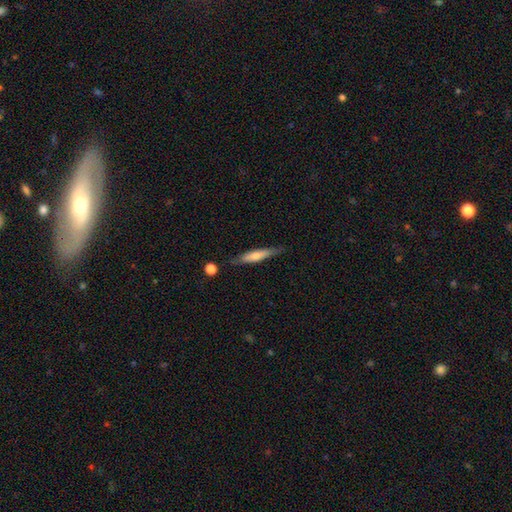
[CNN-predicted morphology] This is possibly a smooth galaxy (60%). How rounded: clearly cigar-shaped (87%). Merging: likely none (79%).